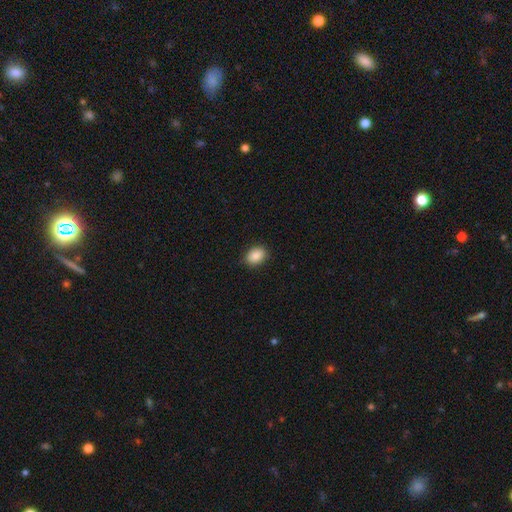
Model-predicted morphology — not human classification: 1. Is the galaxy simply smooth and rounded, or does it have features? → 88% smooth, 8% star or artifact, 5% featured or disk.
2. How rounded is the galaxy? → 70% in between, 29% round, 1% cigar-shaped.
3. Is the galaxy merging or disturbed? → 89% none, 8% minor disturbance, 2% major disturbance, 1% merger.